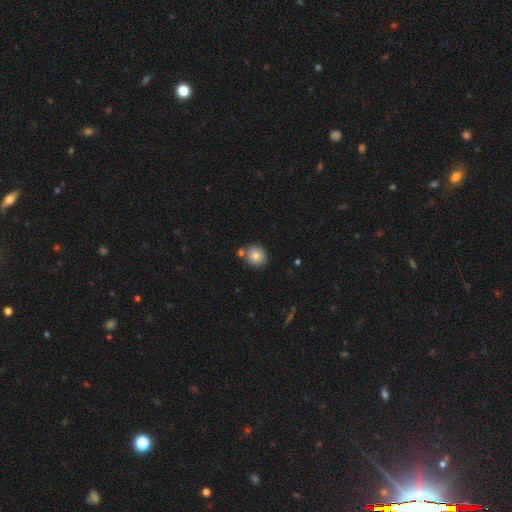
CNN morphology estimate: Smooth or featured: smooth — 79% (star or artifact — 11%)
How rounded: round — 91% (in between — 8%)
Merging: none — 73% (merger — 16%)